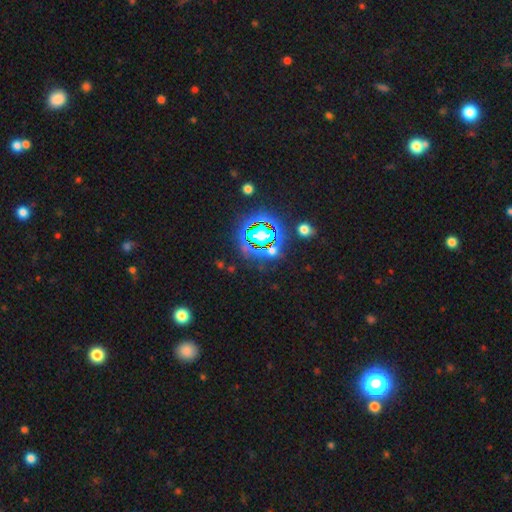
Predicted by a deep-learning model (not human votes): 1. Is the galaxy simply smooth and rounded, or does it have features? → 82% star or artifact, 11% smooth, 7% featured or disk.